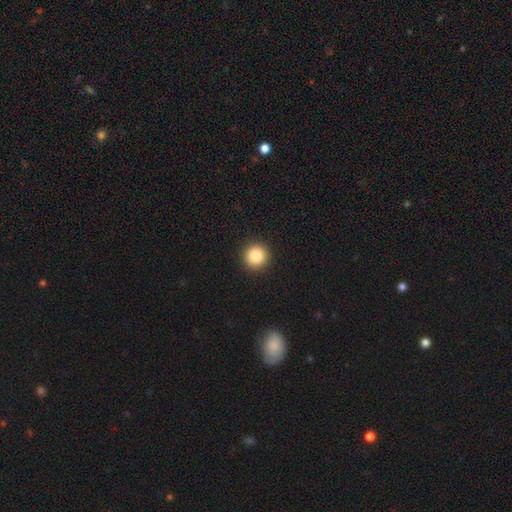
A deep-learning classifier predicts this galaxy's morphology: smooth_or_featured: smooth (p=0.84) [alt: star or artifact p=0.10]
how_rounded: round (p=0.95) [alt: in between p=0.04]
merging: none (p=0.93) [alt: minor disturbance p=0.04]